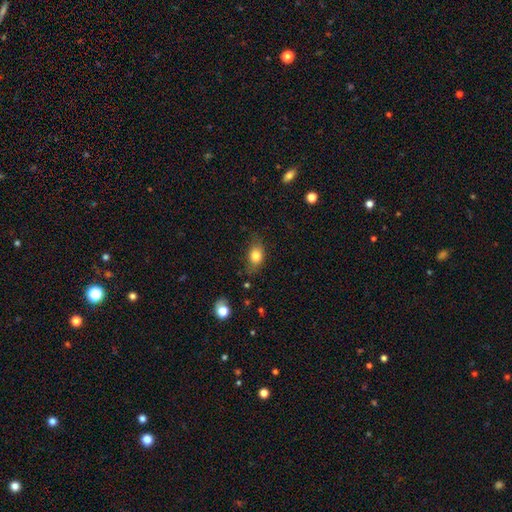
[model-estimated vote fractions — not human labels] Smooth or featured: smooth — 80% (featured or disk — 10%)
How rounded: in between — 73% (round — 24%)
Merging: none — 65% (minor disturbance — 26%)